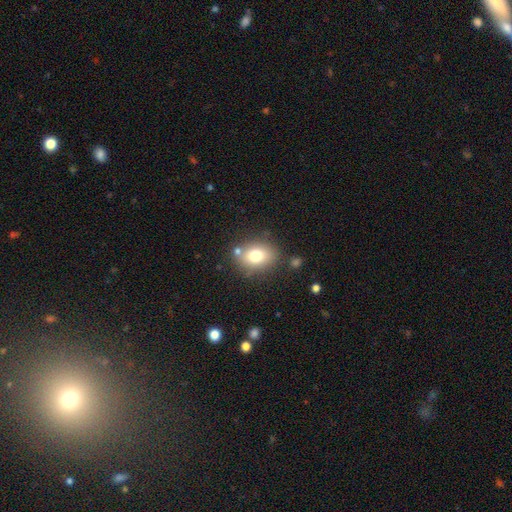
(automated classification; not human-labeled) Overall: smooth (76%). How rounded: in between (63%; round 36%). Merging: none (75%).